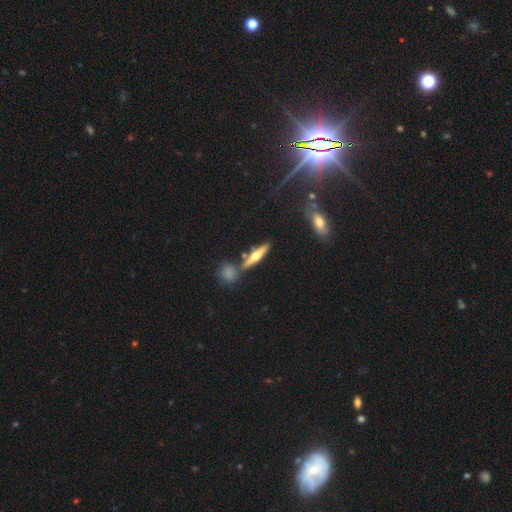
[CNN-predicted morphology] featured or disk 57%, smooth 35%, star or artifact 7%. Down the decision tree: edge-on disk — yes (94%); edge-on bulge — rounded (93%); merging — none (76%).